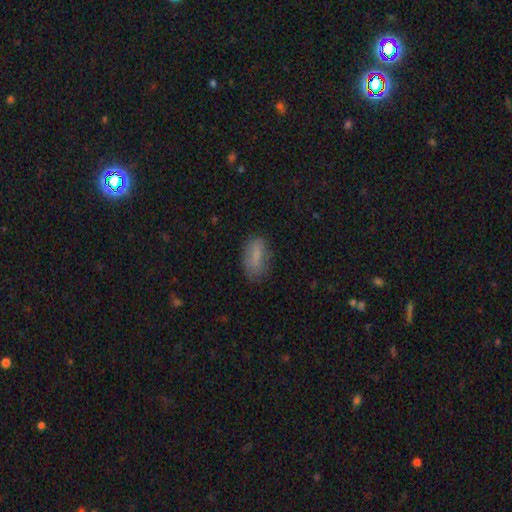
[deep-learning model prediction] A smooth galaxy with no disk features (80%) that is in between round and cigar-shaped (86%).

Vote fractions:
- Smooth or featured? smooth: 80% / featured or disk: 12% / star or artifact: 9%
- How rounded? in between: 86% / cigar-shaped: 10% / round: 4%
- Merging? none: 71% / minor disturbance: 21% / major disturbance: 7% / merger: 2%